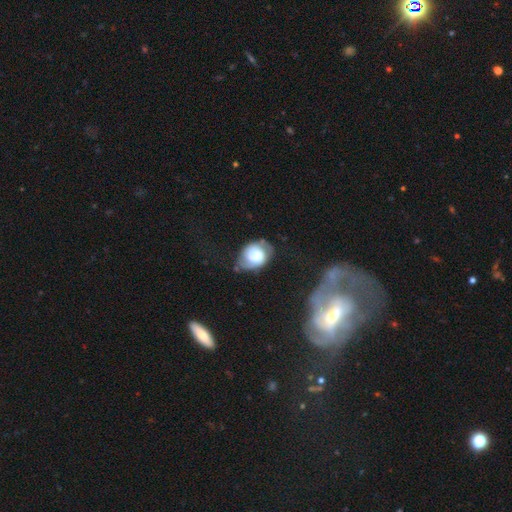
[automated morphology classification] Smooth or featured?
  - featured or disk: 49% *
  - smooth: 42%
  - star or artifact: 9%
Merging?
  - none: 46% *
  - minor disturbance: 33%
  - major disturbance: 16%
  - merger: 4%